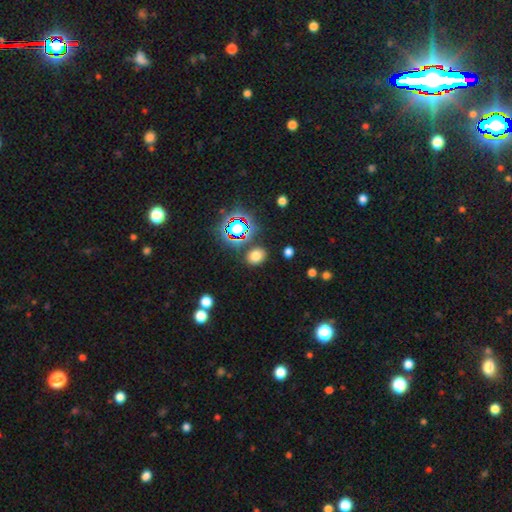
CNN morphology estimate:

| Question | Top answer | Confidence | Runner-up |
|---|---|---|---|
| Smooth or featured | smooth | 71% | star or artifact (22%) |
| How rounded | in between | 57% | round (41%) |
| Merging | none | 82% | minor disturbance (10%) |